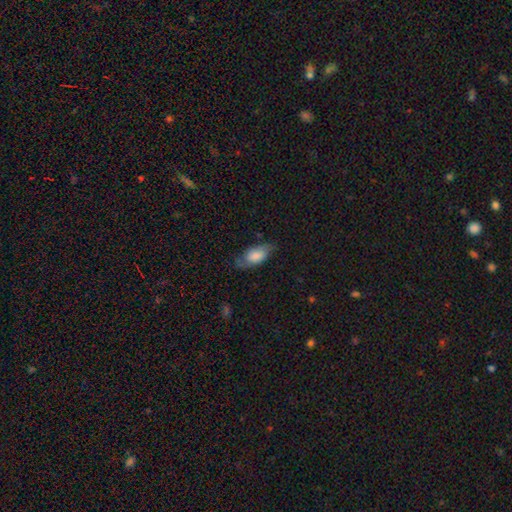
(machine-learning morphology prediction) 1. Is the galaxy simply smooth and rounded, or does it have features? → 67% smooth, 26% featured or disk, 7% star or artifact.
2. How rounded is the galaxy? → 88% in between, 9% cigar-shaped, 3% round.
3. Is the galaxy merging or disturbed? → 67% none, 24% minor disturbance, 8% major disturbance, 1% merger.